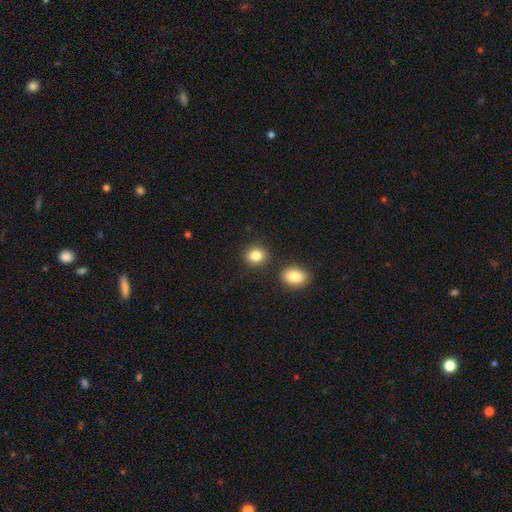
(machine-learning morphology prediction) Q: Smooth or featured?
A: smooth (85%); runner-up: star or artifact (9%)
Q: How rounded?
A: round (73%); runner-up: in between (26%)
Q: Merging?
A: none (84%); runner-up: minor disturbance (7%)